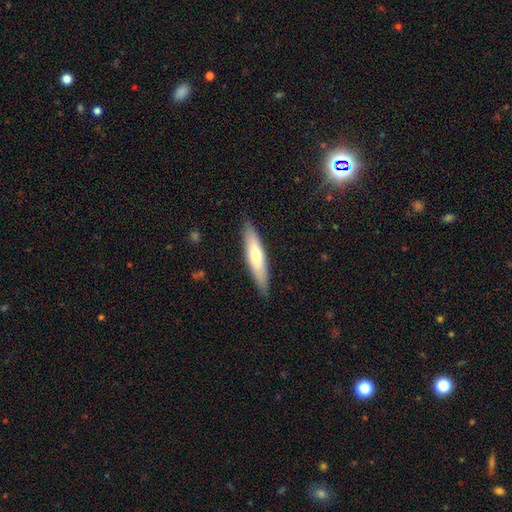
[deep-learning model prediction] smooth-or-featured: smooth: 61% | featured or disk: 34% | star or artifact: 5%
  how-rounded: cigar-shaped: 78% | in between: 21% | round: 1%
  merging: none: 87% | minor disturbance: 10% | major disturbance: 2% | merger: 1%